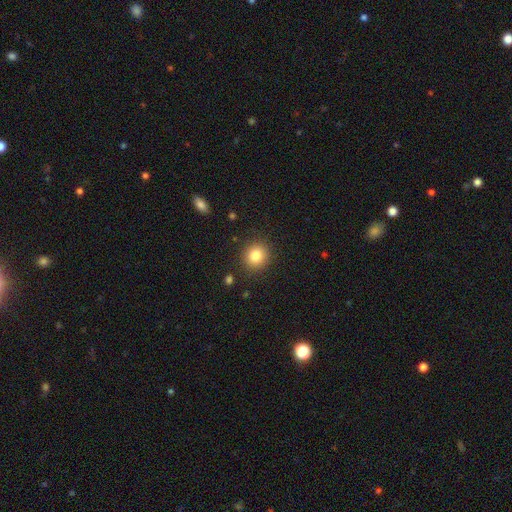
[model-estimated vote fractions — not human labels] smooth 82%, star or artifact 11%, featured or disk 7%. Down the decision tree: how rounded — round (88%); merging — none (89%).